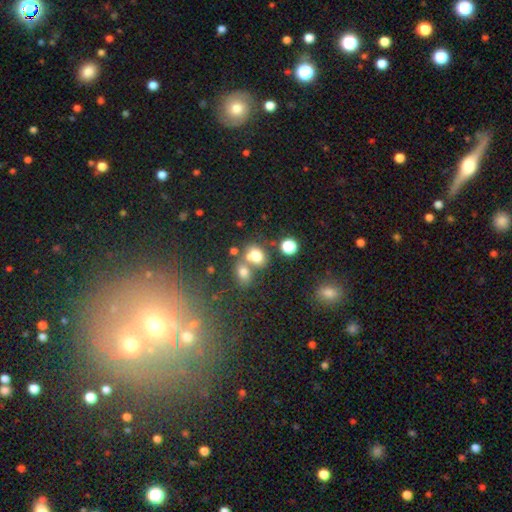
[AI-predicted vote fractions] Q: Smooth or featured?
A: smooth (70%); runner-up: star or artifact (16%)
Q: How rounded?
A: in between (65%); runner-up: round (33%)
Q: Merging?
A: merger (49%); runner-up: none (34%)